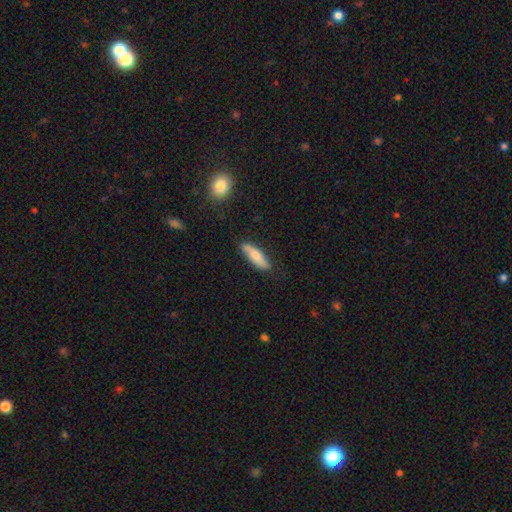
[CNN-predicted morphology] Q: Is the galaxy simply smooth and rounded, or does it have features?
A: smooth — 74%.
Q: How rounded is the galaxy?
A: cigar-shaped — 56%.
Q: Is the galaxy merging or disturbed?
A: none — 78%.